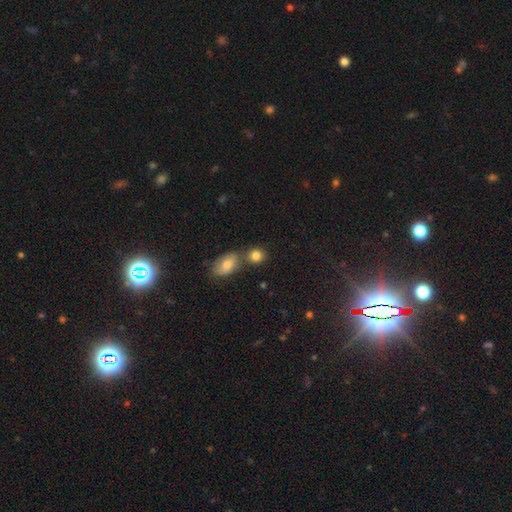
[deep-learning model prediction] Smooth or featured? Predicted: smooth (p=0.82). How rounded? Predicted: round (p=0.62). Merging? Predicted: none (p=0.54).